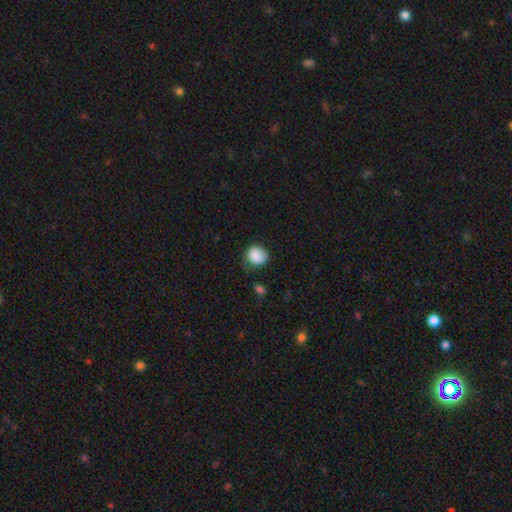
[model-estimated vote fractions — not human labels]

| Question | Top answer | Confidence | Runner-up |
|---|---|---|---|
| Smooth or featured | smooth | 87% | star or artifact (8%) |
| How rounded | round | 75% | in between (24%) |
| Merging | none | 61% | minor disturbance (28%) |